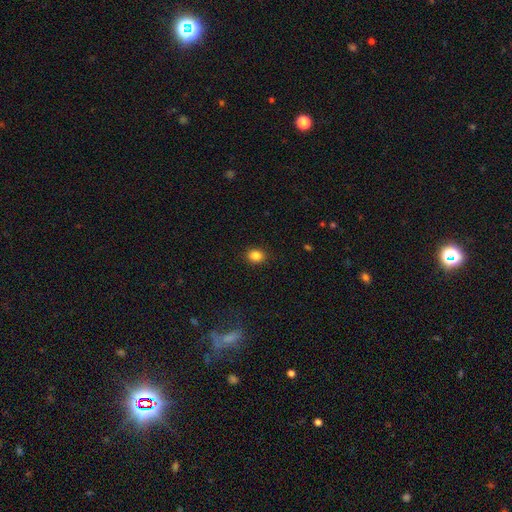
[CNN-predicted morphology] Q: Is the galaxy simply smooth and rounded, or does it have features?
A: smooth — 85%.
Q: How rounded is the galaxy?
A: round — 63%.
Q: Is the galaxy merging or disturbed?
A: none — 90%.